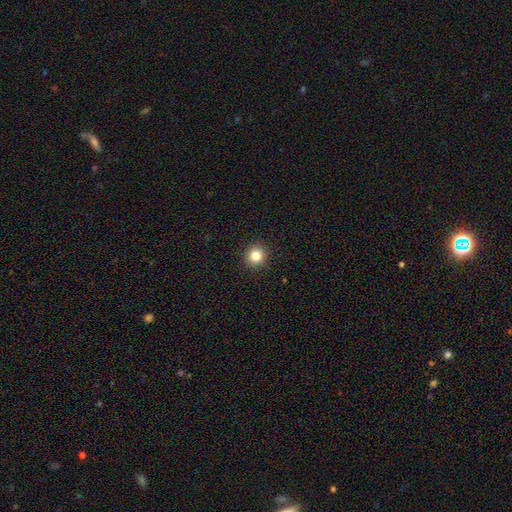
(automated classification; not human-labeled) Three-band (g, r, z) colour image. It shows a smooth galaxy with no disk features (83%) that is round (92%). Merging: none (93%).